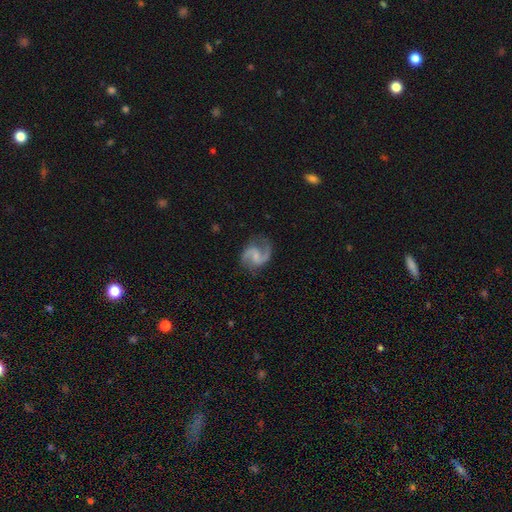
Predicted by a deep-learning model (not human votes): A featured or disk galaxy (88%) with a weak bar (48%), 2 (93%) medium (55%) spiral arms (97%) and a small central bulge (53%). Merging: none (78%).